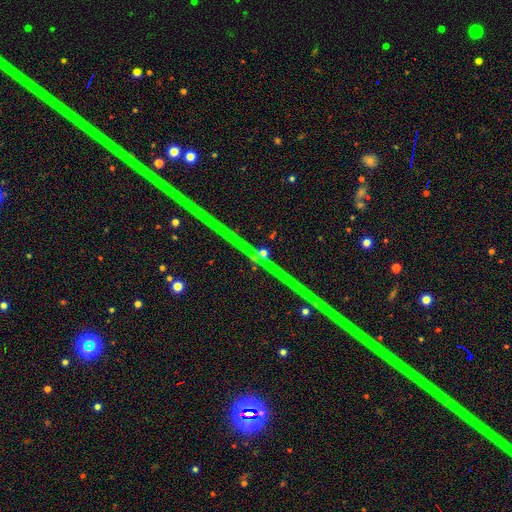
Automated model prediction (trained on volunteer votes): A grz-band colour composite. It shows a star or artifact, not a galaxy (85%).